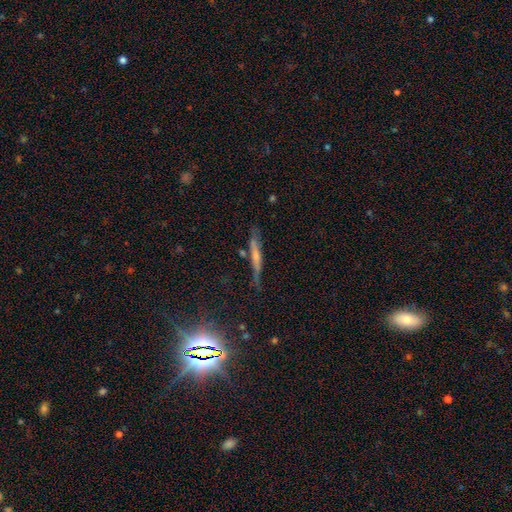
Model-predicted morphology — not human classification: A featured or disk galaxy (49%). Merging: none (74%).